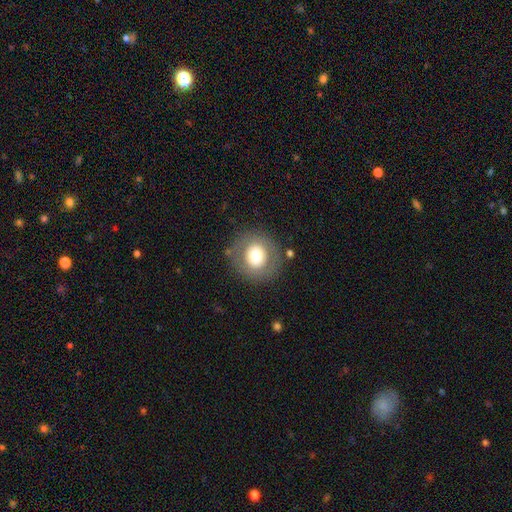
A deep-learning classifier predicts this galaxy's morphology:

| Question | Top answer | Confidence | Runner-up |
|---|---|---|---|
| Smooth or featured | smooth | 65% | featured or disk (25%) |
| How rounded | round | 90% | in between (9%) |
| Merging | none | 83% | minor disturbance (9%) |